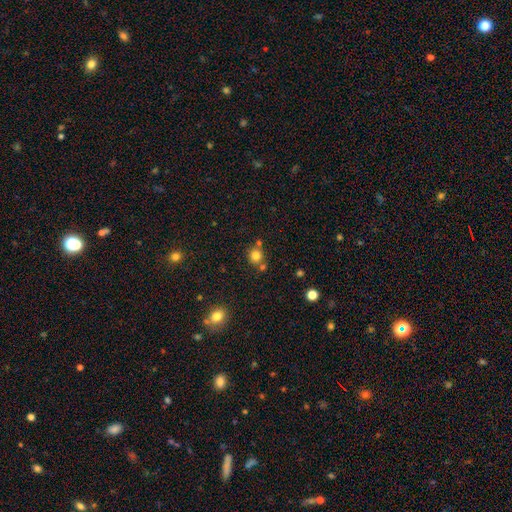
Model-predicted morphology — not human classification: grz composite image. It shows a smooth galaxy with no disk features (79%) that is round (89%). Merging: none (68%).